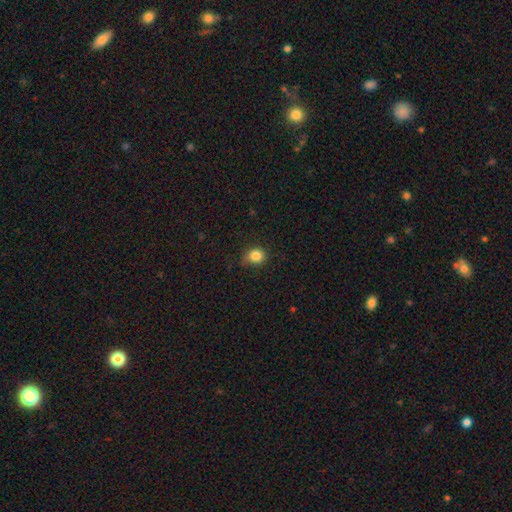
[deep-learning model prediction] Smooth or featured: smooth — 84% (star or artifact — 11%)
How rounded: round — 72% (in between — 27%)
Merging: none — 68% (minor disturbance — 25%)